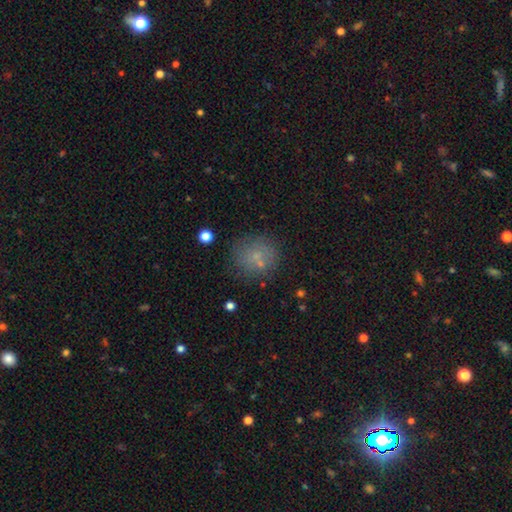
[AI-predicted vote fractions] smooth 63%, star or artifact 21%, featured or disk 16%. Down the decision tree: how rounded — round (87%); merging — none (75%).